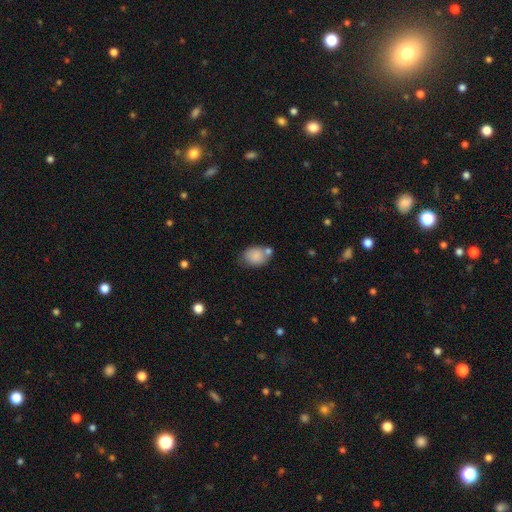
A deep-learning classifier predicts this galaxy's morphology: Smooth or featured: smooth — 84% (featured or disk — 8%)
How rounded: in between — 66% (round — 33%)
Merging: none — 51% (merger — 23%)